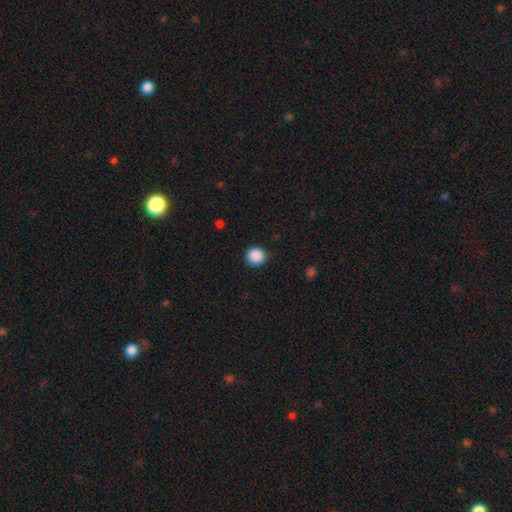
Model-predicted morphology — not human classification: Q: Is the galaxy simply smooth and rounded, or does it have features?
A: smooth — 88%.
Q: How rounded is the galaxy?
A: round — 92%.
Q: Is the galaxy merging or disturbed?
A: none — 90%.